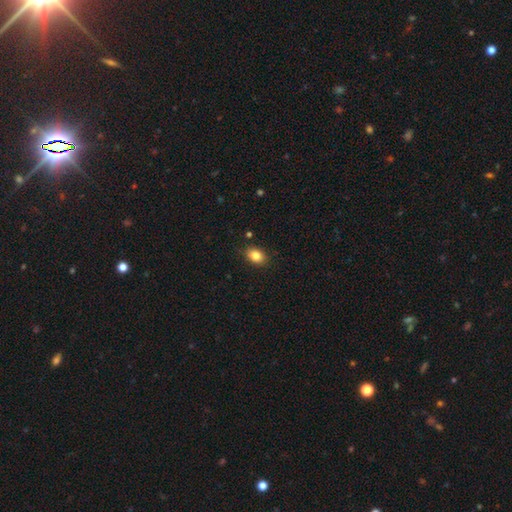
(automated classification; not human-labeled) Morphology: type=smooth (84%); roundness=in between (74%); merging=none (86%).